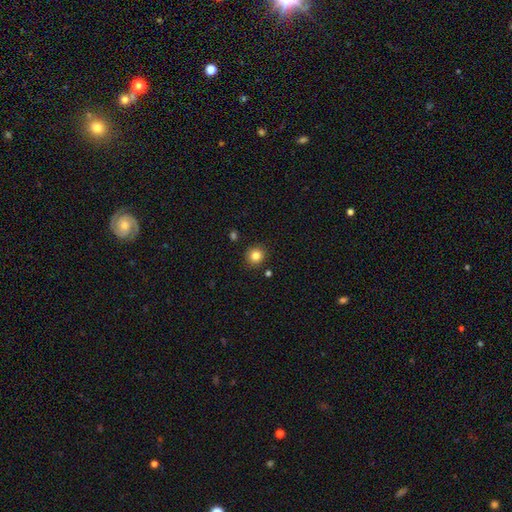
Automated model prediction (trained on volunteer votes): This is clearly a smooth galaxy (83%). How rounded: clearly round (88%). Merging: clearly none (88%).